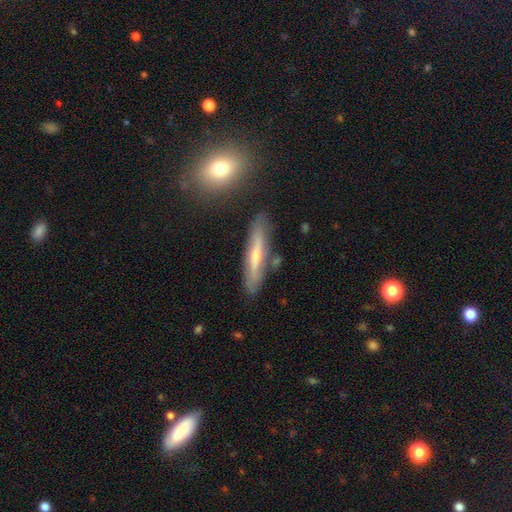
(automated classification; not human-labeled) This is possibly a featured or disk galaxy (55%). It is likely viewed edge-on (77%). Merging: clearly none (82%).